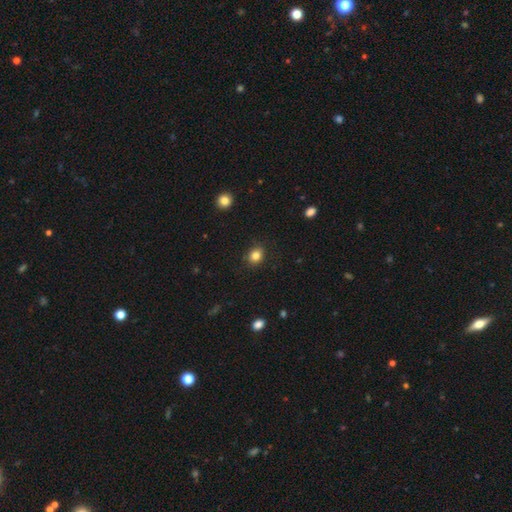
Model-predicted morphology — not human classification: smooth-or-featured: smooth: 84% | star or artifact: 11% | featured or disk: 5%
  how-rounded: round: 59% | in between: 40% | cigar-shaped: 1%
  merging: none: 87% | minor disturbance: 10% | major disturbance: 2% | merger: 1%